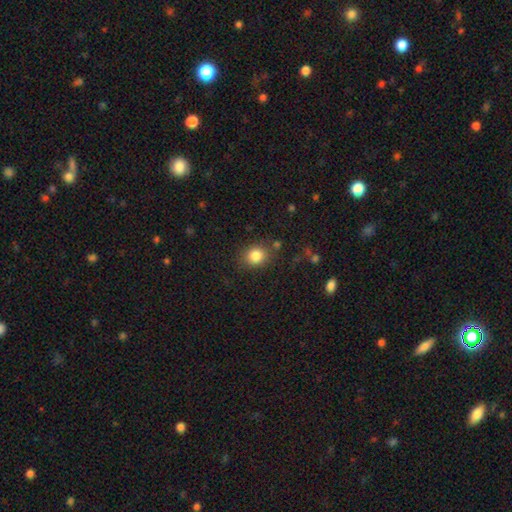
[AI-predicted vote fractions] Smooth or featured? Predicted: smooth (p=0.84). How rounded? Predicted: round (p=0.69). Merging? Predicted: none (p=0.80).